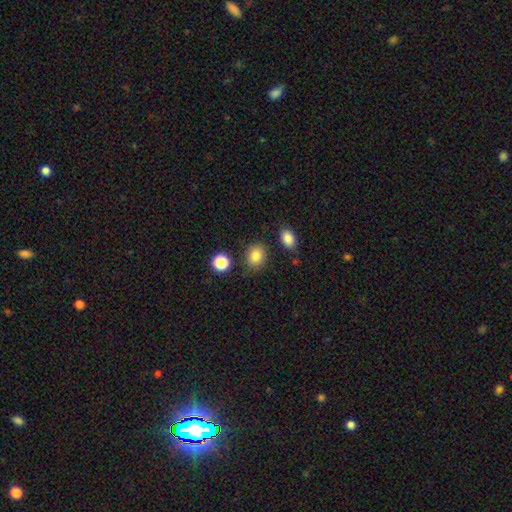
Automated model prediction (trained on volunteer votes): Smooth or featured: smooth — 83% (star or artifact — 11%)
How rounded: round — 57% (in between — 42%)
Merging: none — 81% (minor disturbance — 11%)